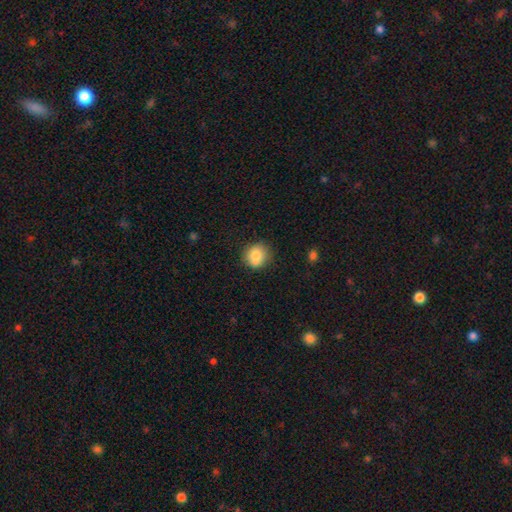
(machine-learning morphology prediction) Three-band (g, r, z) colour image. It shows a smooth galaxy with no disk features (80%) that is round (82%). Merging: none (73%).